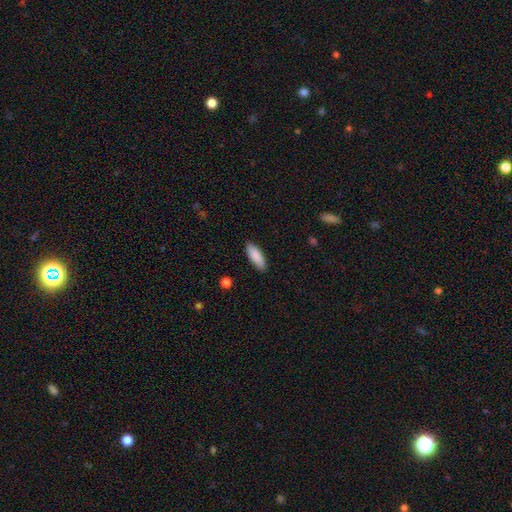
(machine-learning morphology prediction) Smooth or featured: smooth — 89% (star or artifact — 6%)
How rounded: in between — 63% (cigar-shaped — 35%)
Merging: none — 89% (minor disturbance — 8%)